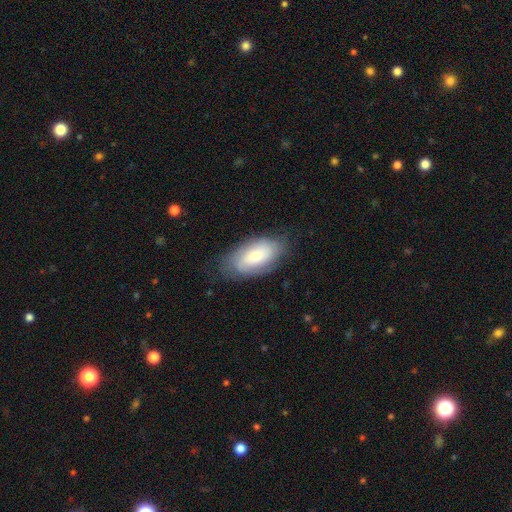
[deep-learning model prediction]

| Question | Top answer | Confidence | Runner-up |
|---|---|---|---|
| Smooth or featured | smooth | 54% | featured or disk (39%) |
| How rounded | in between | 92% | cigar-shaped (4%) |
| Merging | none | 75% | minor disturbance (18%) |